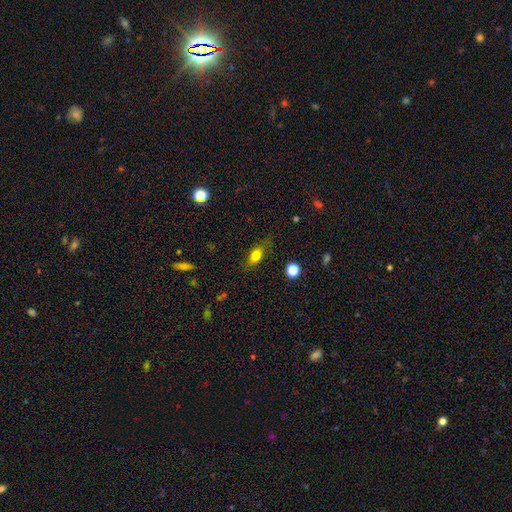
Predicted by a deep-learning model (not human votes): Q: Smooth or featured?
A: smooth (75%); runner-up: featured or disk (15%)
Q: How rounded?
A: in between (73%); runner-up: cigar-shaped (14%)
Q: Merging?
A: none (74%); runner-up: minor disturbance (19%)